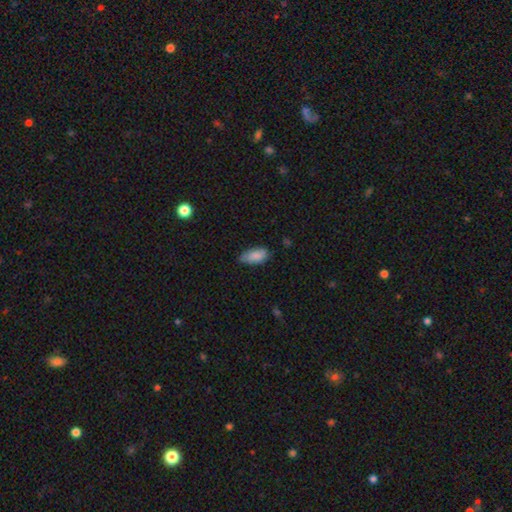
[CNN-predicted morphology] Smooth or featured: smooth — 85% (featured or disk — 8%)
How rounded: in between — 91% (cigar-shaped — 6%)
Merging: none — 61% (minor disturbance — 32%)